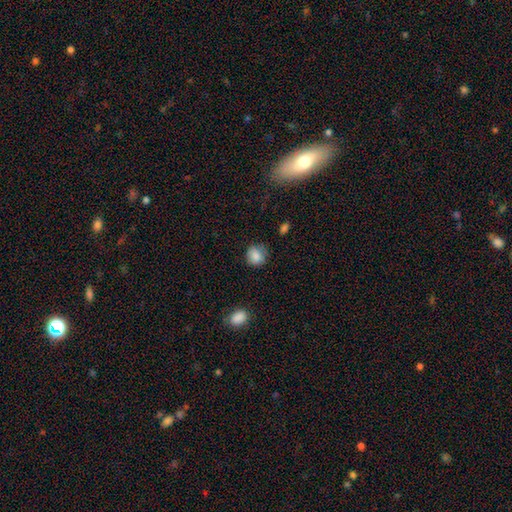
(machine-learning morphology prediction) Smooth or featured? smooth (84%)
How rounded? round (79%)
Merging? none (73%)